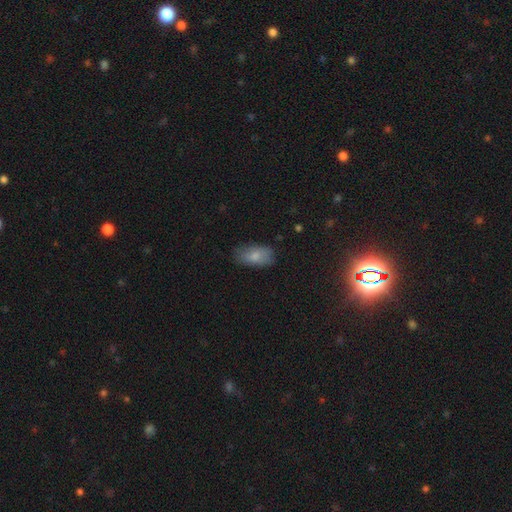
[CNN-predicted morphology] A smooth galaxy with no disk features (80%) that is in between round and cigar-shaped (92%). Merging: none (75%).